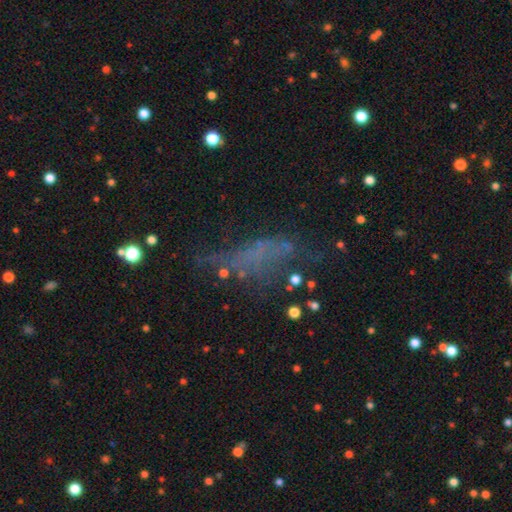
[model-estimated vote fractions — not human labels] A smooth galaxy with no disk features (38%). Merging: none (41%).